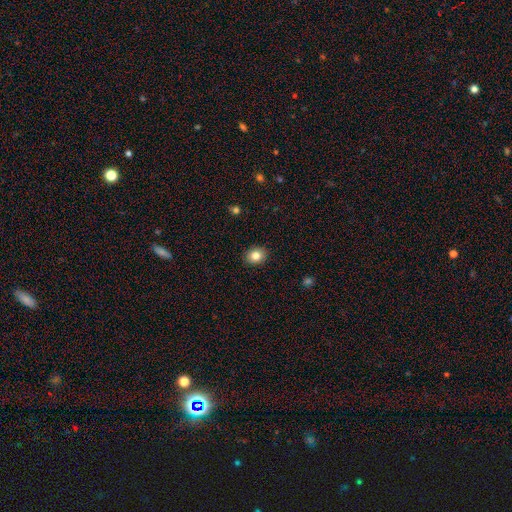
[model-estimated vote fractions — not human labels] A smooth galaxy with no disk features (83%) that is round (61%). Merging: none (90%).